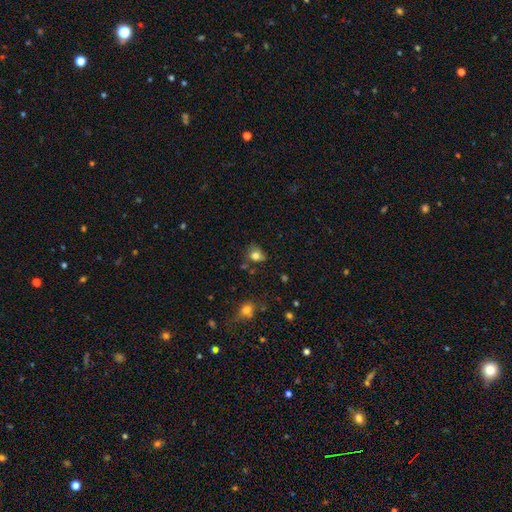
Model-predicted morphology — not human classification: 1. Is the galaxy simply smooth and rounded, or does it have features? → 80% smooth, 12% star or artifact, 9% featured or disk.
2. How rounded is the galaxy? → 59% round, 40% in between, 1% cigar-shaped.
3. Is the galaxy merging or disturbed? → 59% none, 27% minor disturbance, 8% major disturbance, 6% merger.